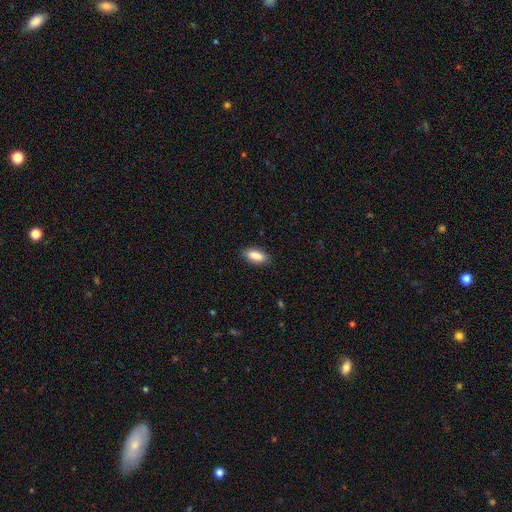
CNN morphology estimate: smooth 88%, star or artifact 6%, featured or disk 6%. Down the decision tree: how rounded — in between (86%); merging — none (87%).